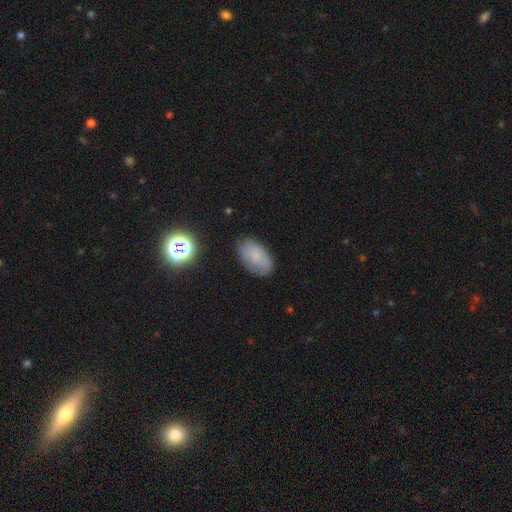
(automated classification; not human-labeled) Q: Smooth or featured?
A: smooth (70%); runner-up: featured or disk (19%)
Q: How rounded?
A: in between (92%); runner-up: round (6%)
Q: Merging?
A: none (75%); runner-up: minor disturbance (19%)